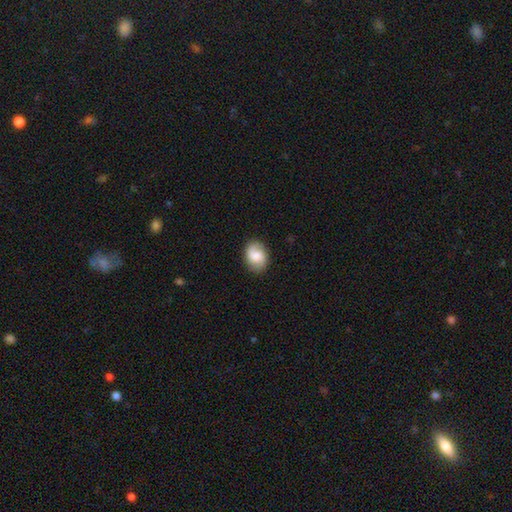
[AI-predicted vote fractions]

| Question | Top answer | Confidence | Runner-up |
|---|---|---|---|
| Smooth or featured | smooth | 62% | featured or disk (30%) |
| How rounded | in between | 66% | round (33%) |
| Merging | none | 83% | minor disturbance (13%) |